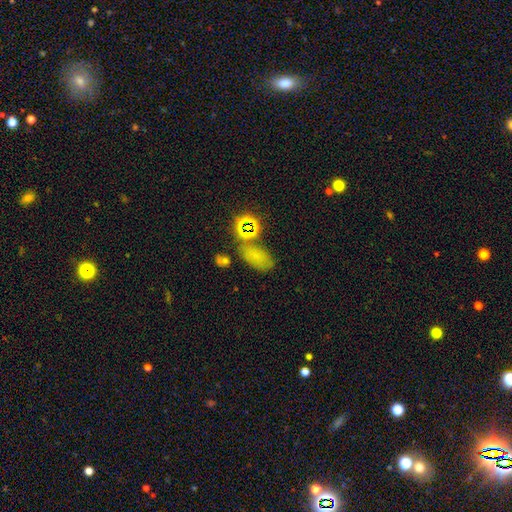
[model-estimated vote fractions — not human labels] Overall: smooth (52%; star or artifact 36%). How rounded: in between (84%). Merging: none (57%; minor disturbance 18%).